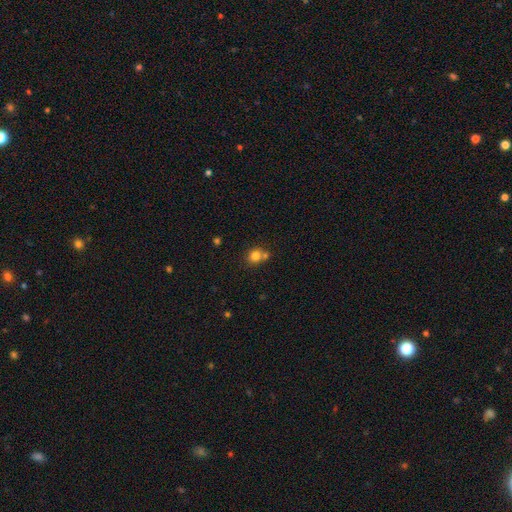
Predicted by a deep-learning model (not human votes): This is likely a smooth galaxy (79%). How rounded: likely round (78%). Merging: possibly none (54%).